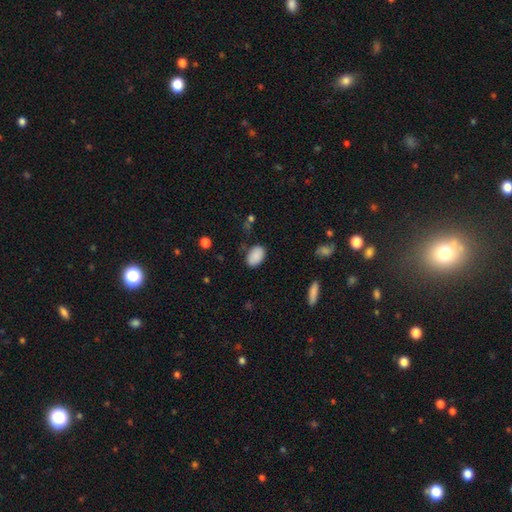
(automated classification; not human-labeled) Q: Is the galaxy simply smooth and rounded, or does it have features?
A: smooth — 88%.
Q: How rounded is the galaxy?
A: in between — 89%.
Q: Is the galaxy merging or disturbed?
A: none — 80%.